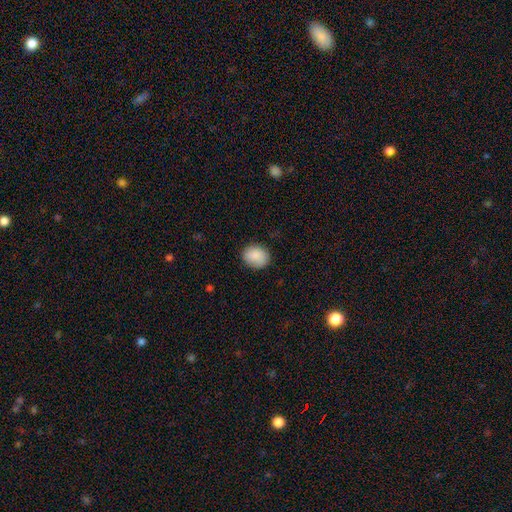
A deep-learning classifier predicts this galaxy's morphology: Q: Smooth or featured?
A: smooth (88%); runner-up: star or artifact (7%)
Q: How rounded?
A: round (60%); runner-up: in between (39%)
Q: Merging?
A: none (84%); runner-up: minor disturbance (12%)